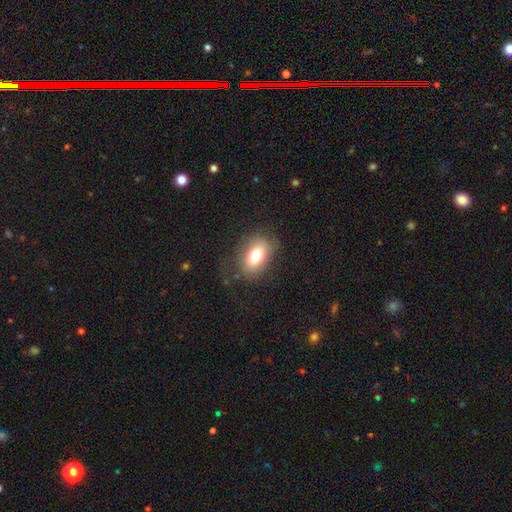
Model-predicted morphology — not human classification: type=smooth (75%); roundness=in between (83%); merging=none (76%).